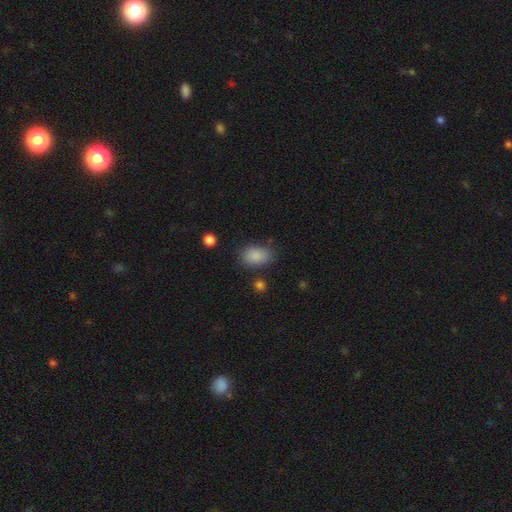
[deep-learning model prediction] The model was most divided on "merging": none: 77%, minor disturbance: 15%, major disturbance: 4%, merger: 3%. More confident: smooth or featured — smooth (87%); how rounded — in between (87%).